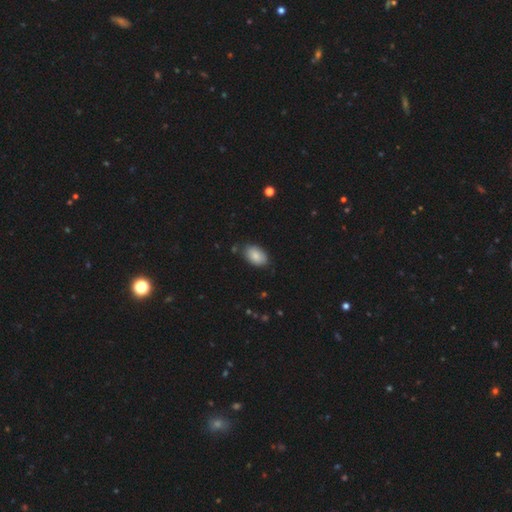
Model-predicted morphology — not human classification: Smooth or featured: smooth — 86% (star or artifact — 7%)
How rounded: in between — 91% (round — 7%)
Merging: none — 80% (minor disturbance — 15%)